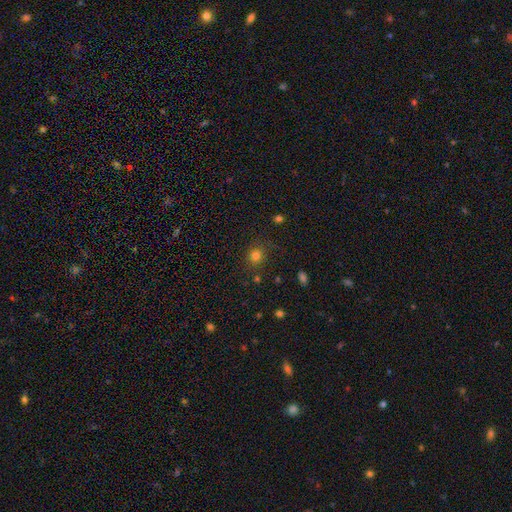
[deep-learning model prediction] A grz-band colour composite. It shows a smooth galaxy with no disk features (79%) that is round (88%). Merging: none (83%).